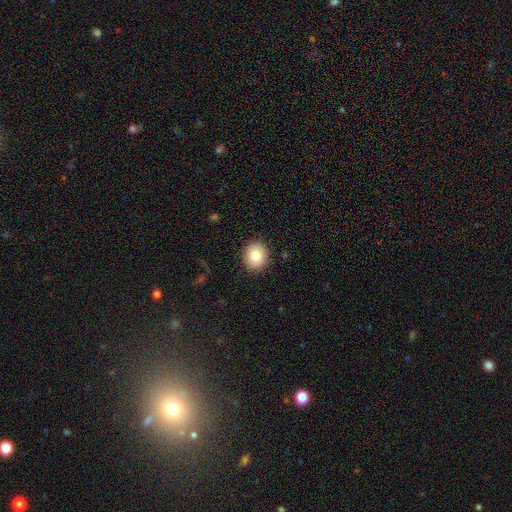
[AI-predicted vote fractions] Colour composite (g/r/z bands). It shows a smooth galaxy with no disk features (86%) that is round (64%). Merging: none (89%).